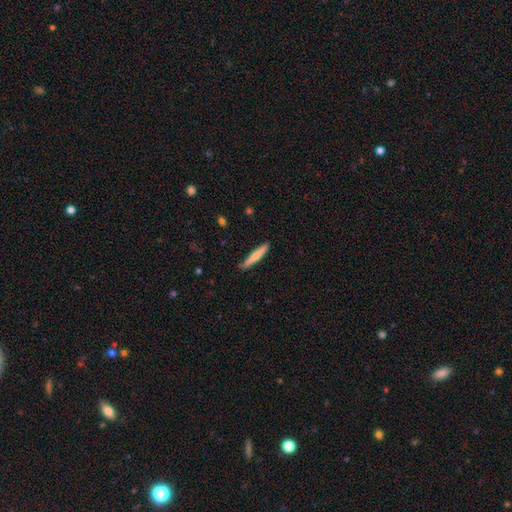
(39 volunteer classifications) Q: Smooth or featured?
A: smooth (77%); runner-up: featured or disk (23%)
Q: How rounded?
A: cigar-shaped (93%); runner-up: in between (7%)
Q: Merging?
A: none (92%); runner-up: minor disturbance (3%)